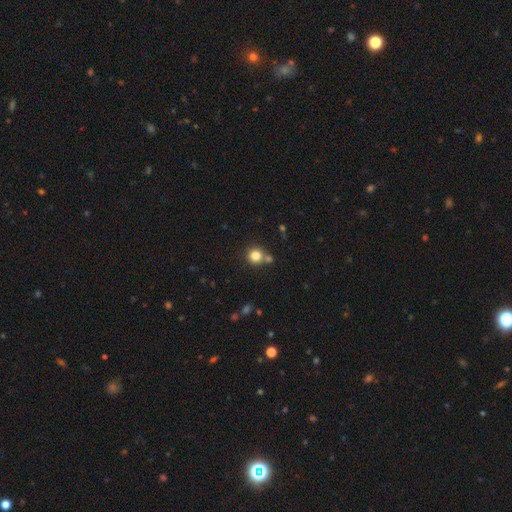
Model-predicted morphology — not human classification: Q: Smooth or featured?
A: smooth (82%); runner-up: star or artifact (12%)
Q: How rounded?
A: round (91%); runner-up: in between (8%)
Q: Merging?
A: none (69%); runner-up: merger (20%)